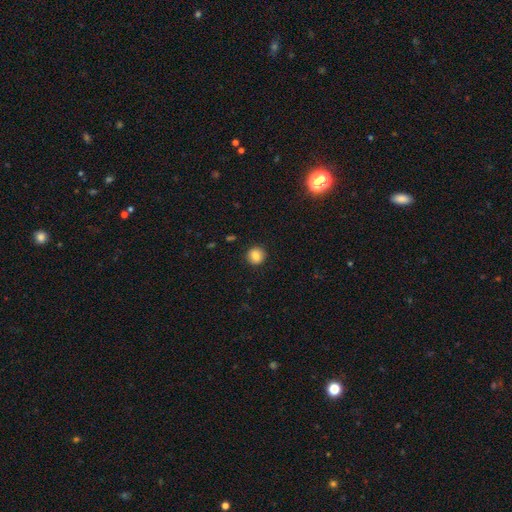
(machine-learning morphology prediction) smooth 85%, star or artifact 9%, featured or disk 6%. Down the decision tree: how rounded — round (92%); merging — none (91%).